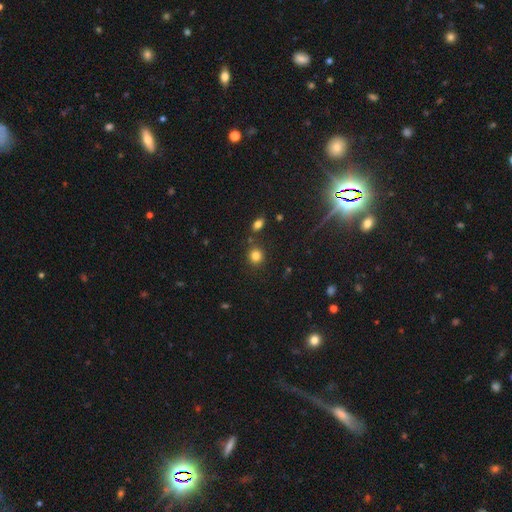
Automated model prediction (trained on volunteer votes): Morphology: type=smooth (81%); roundness=round (84%); merging=none (78%).